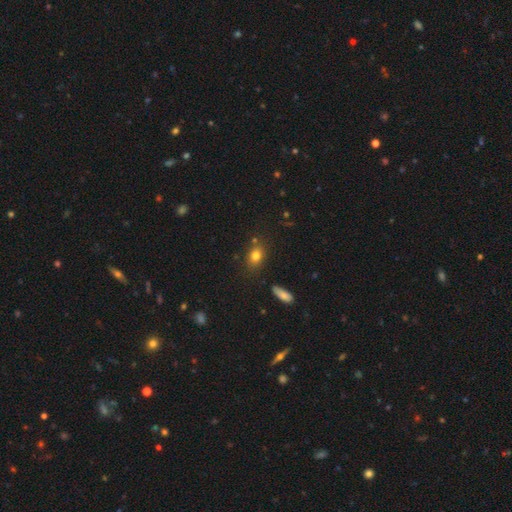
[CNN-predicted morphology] A smooth galaxy with no disk features (78%) that is in between round and cigar-shaped (67%). Merging: none (77%).